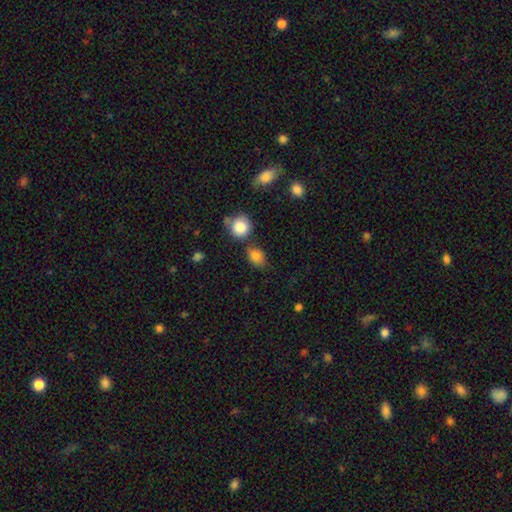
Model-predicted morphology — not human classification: type=smooth (82%); roundness=in between (60%); merging=none (65%).